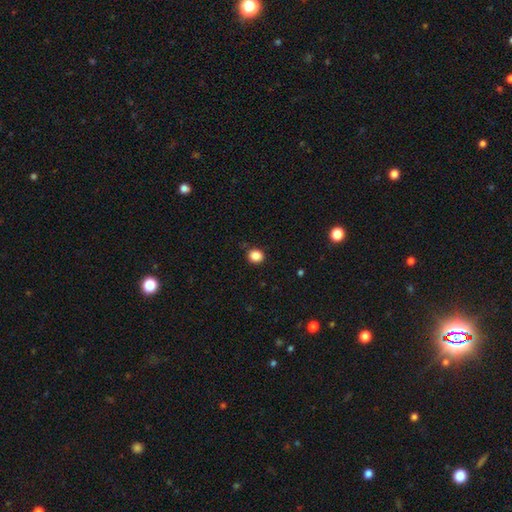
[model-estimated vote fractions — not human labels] Smooth or featured? Predicted: smooth (p=0.87). How rounded? Predicted: round (p=0.83). Merging? Predicted: none (p=0.88).